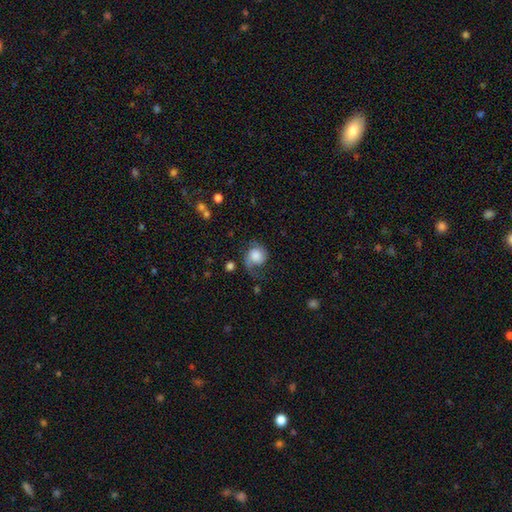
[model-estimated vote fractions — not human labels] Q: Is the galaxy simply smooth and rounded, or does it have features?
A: featured or disk — 47%.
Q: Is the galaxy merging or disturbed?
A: none — 43%.